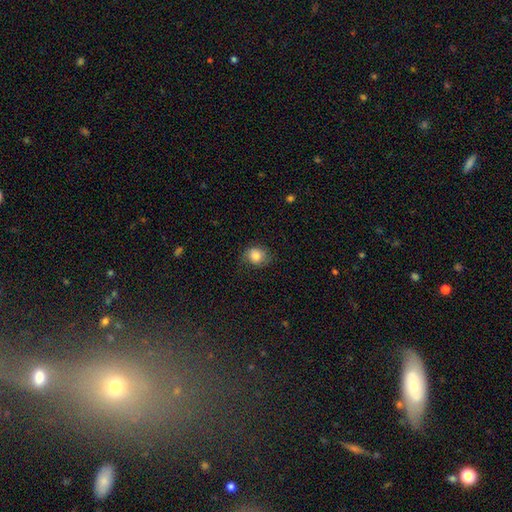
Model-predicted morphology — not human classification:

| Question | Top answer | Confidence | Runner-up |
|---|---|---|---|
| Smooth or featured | smooth | 81% | featured or disk (9%) |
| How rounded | round | 68% | in between (31%) |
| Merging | none | 71% | minor disturbance (21%) |